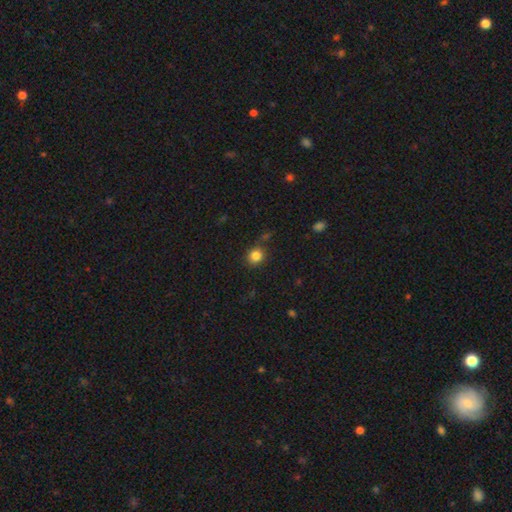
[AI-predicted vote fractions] Smooth or featured? smooth (83%)
How rounded? round (85%)
Merging? none (81%)